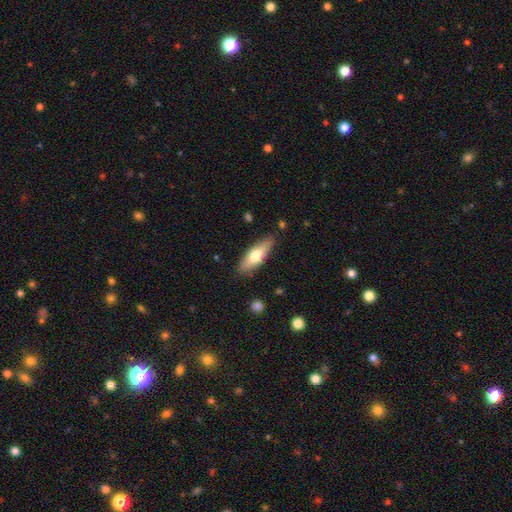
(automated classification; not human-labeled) Smooth or featured? Predicted: smooth (p=0.59). How rounded? Predicted: in between (p=0.51). Merging? Predicted: none (p=0.86).